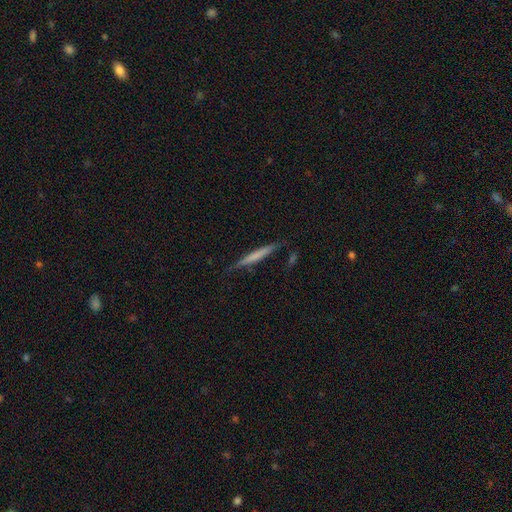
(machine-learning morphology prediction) The model was most divided on "smooth or featured": smooth: 55%, featured or disk: 39%, star or artifact: 6%. More confident: how rounded — cigar-shaped (95%); merging — none (78%).